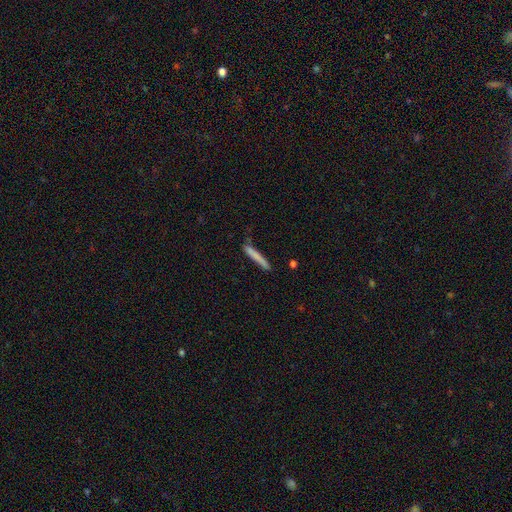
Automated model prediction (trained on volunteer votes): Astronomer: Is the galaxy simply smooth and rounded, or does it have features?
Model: smooth — 75%.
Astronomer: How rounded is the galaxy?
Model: cigar-shaped — 96%.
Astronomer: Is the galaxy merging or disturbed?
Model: none — 77%.